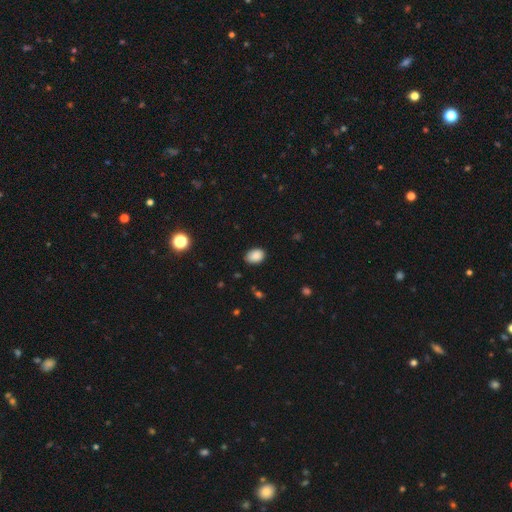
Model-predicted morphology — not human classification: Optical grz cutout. It shows a smooth galaxy with no disk features (87%) that is in between round and cigar-shaped (80%). Merging: none (84%).